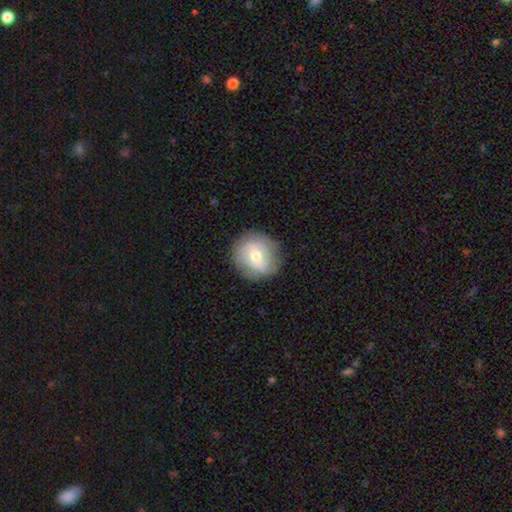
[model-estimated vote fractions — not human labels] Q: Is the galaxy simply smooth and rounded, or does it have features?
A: smooth — 53%.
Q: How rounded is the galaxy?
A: round — 85%.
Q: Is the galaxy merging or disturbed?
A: none — 78%.